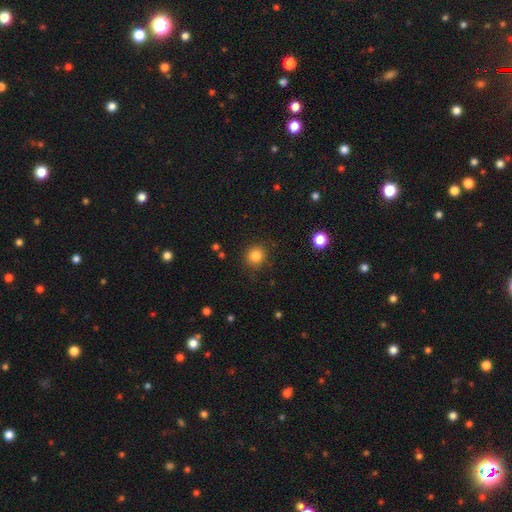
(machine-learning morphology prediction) Q: Smooth or featured?
A: smooth (83%); runner-up: star or artifact (12%)
Q: How rounded?
A: round (89%); runner-up: in between (10%)
Q: Merging?
A: none (88%); runner-up: minor disturbance (8%)